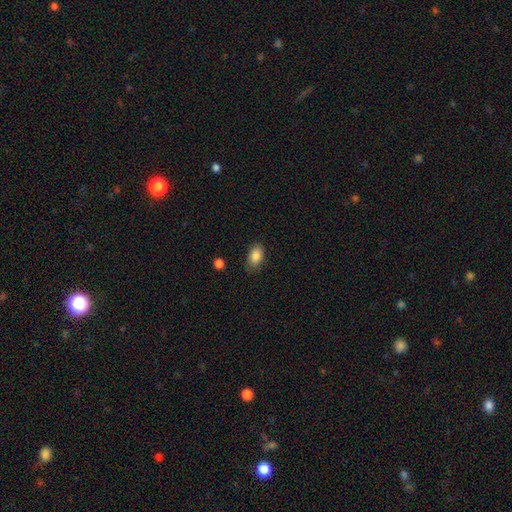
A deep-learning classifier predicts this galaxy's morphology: Overall: smooth (85%). How rounded: in between (89%). Merging: none (81%).